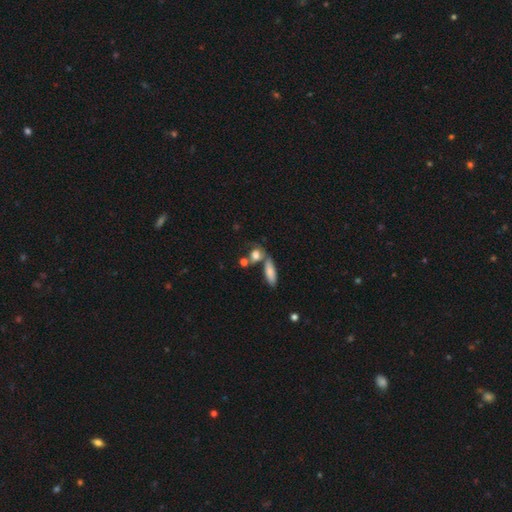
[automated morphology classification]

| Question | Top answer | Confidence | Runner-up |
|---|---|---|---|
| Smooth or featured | smooth | 75% | featured or disk (15%) |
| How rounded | in between | 48% | round (41%) |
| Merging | none | 48% | merger (32%) |